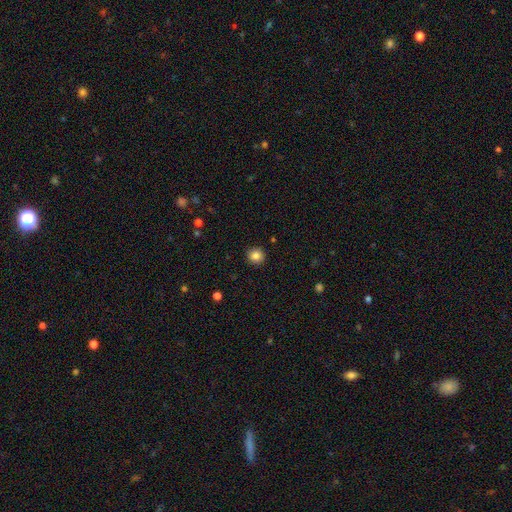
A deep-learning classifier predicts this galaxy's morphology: Smooth or featured: smooth — 84% (star or artifact — 10%)
How rounded: round — 93% (in between — 6%)
Merging: none — 92% (minor disturbance — 6%)